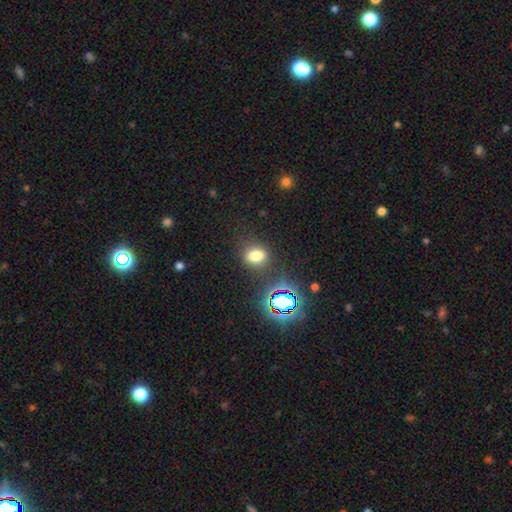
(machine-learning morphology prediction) This appears to be a smooth galaxy with no disk features (70%) that is in between round and cigar-shaped (59%). Merging: none (81%).